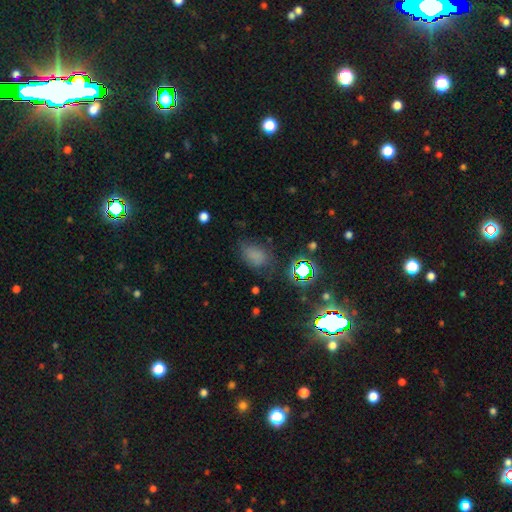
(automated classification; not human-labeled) smooth_or_featured: smooth (p=0.65) [alt: star or artifact p=0.24]
how_rounded: in between (p=0.73) [alt: round p=0.25]
merging: none (p=0.59) [alt: minor disturbance p=0.25]